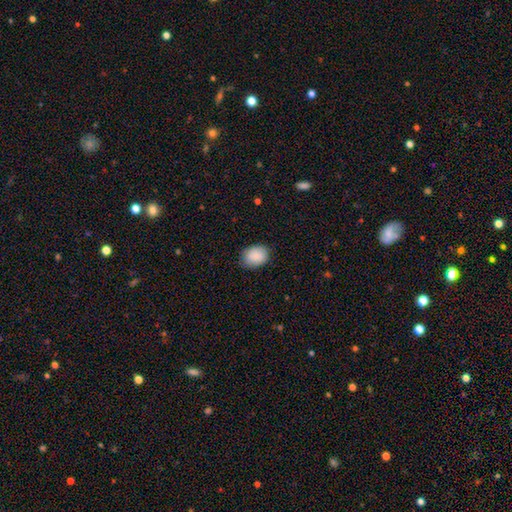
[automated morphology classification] Smooth or featured? Predicted: smooth (p=0.89). How rounded? Predicted: in between (p=0.65). Merging? Predicted: none (p=0.80).